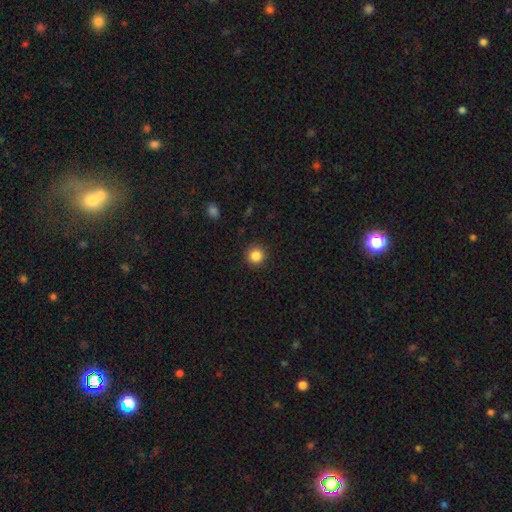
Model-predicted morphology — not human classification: Smooth or featured: smooth — 86% (star or artifact — 10%)
How rounded: round — 95% (in between — 4%)
Merging: none — 92% (minor disturbance — 5%)